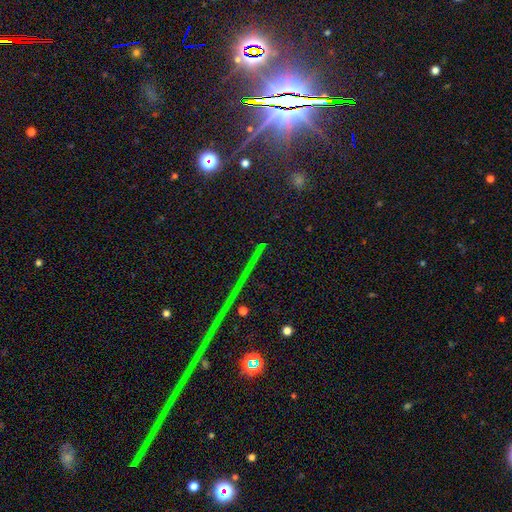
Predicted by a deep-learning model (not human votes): smooth-or-featured: star or artifact: 78% | featured or disk: 12% | smooth: 11%